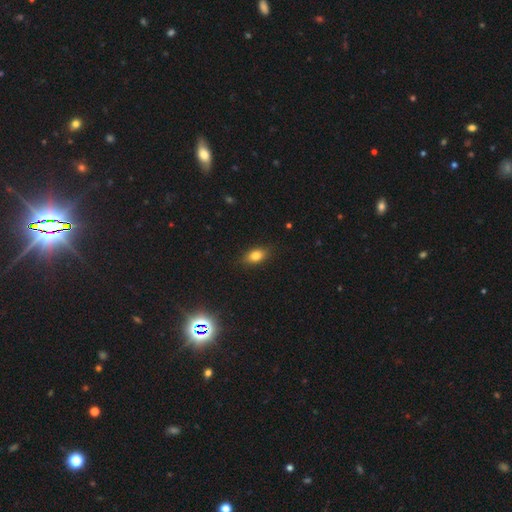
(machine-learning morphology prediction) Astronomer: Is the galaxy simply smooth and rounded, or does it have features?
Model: smooth — 81%.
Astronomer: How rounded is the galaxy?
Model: in between — 85%.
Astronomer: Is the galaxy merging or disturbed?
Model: none — 86%.